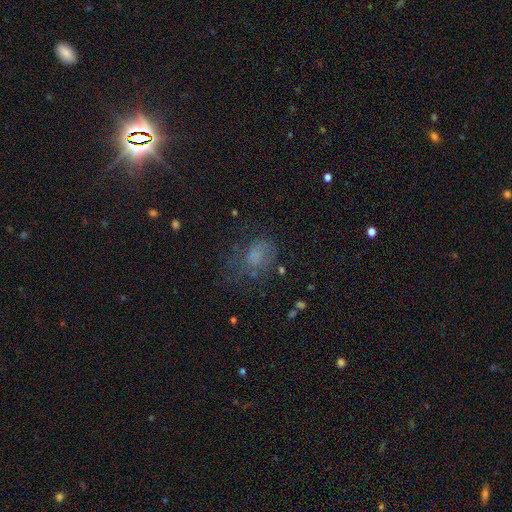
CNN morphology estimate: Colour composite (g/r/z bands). It shows a smooth galaxy with no disk features (54%) that is in between round and cigar-shaped (63%). Merging: none (44%).